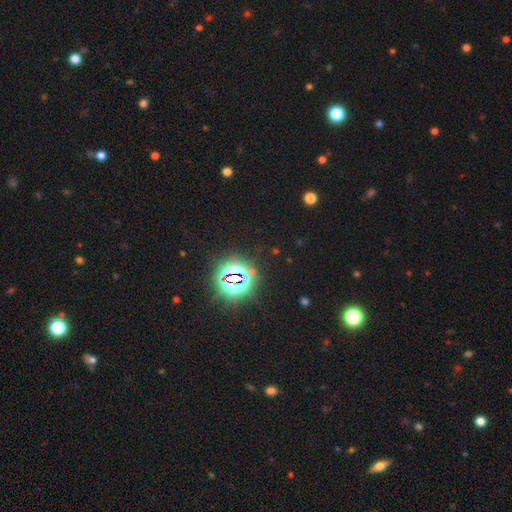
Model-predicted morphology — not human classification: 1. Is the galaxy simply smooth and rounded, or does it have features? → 82% star or artifact, 12% smooth, 6% featured or disk.